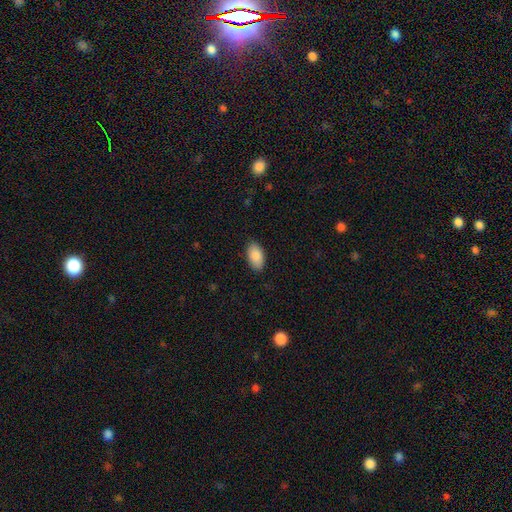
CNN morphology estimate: type=smooth (88%); roundness=in between (95%); merging=none (87%).